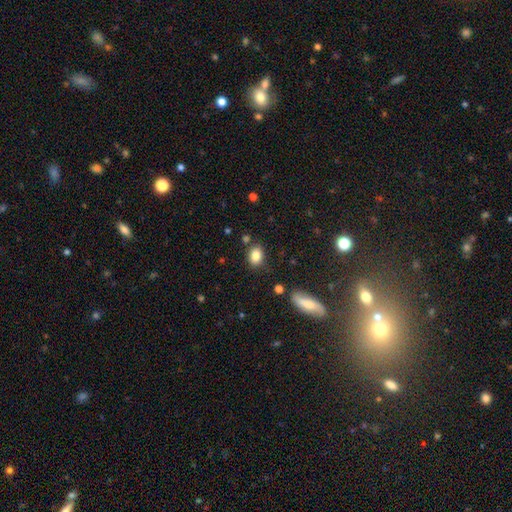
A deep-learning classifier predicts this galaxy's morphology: This appears to be a smooth galaxy with no disk features (84%) that is in between round and cigar-shaped (73%). Merging: none (81%).